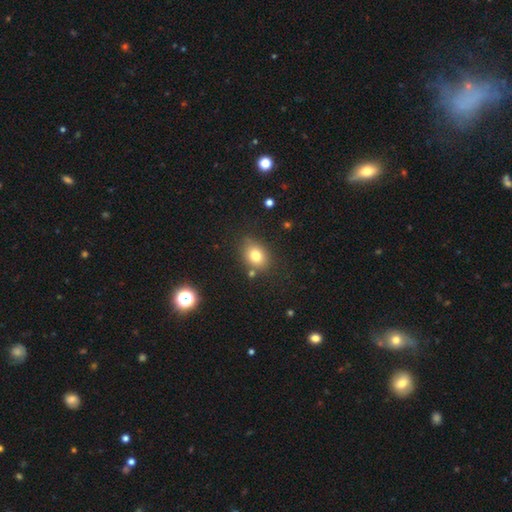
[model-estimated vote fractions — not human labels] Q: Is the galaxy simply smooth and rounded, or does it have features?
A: smooth — 78%.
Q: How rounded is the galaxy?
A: in between — 57%.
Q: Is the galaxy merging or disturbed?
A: none — 76%.